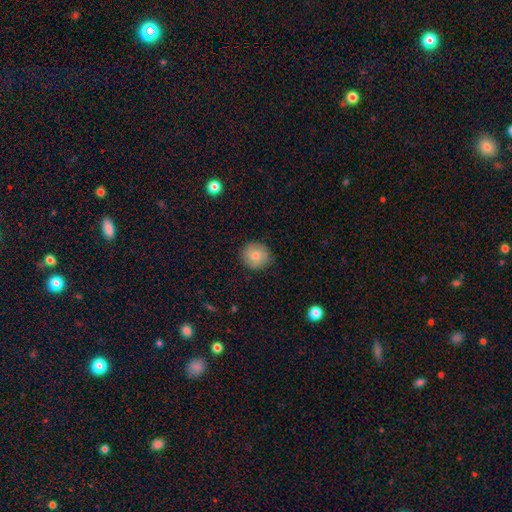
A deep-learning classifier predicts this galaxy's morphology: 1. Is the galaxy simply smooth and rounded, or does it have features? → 76% smooth, 17% featured or disk, 7% star or artifact.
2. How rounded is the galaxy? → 88% round, 11% in between, 1% cigar-shaped.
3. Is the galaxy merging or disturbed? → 87% none, 10% minor disturbance, 2% major disturbance, 1% merger.